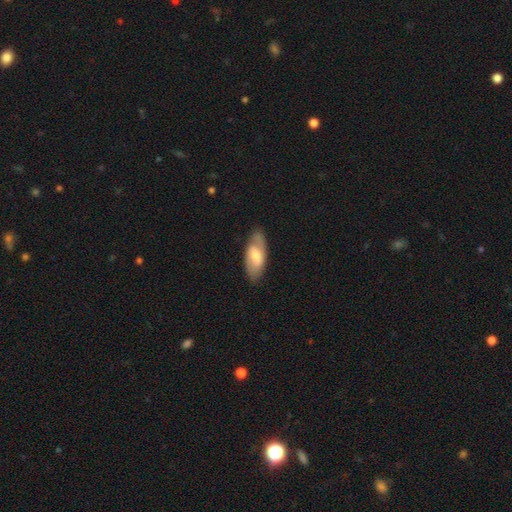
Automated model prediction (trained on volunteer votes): smooth-or-featured: featured or disk: 48% | smooth: 46% | star or artifact: 5%
  merging: none: 80% | minor disturbance: 15% | major disturbance: 4% | merger: 1%